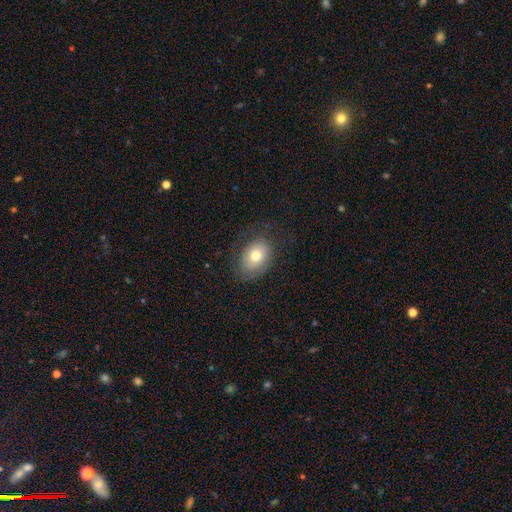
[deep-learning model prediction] Smooth or featured? smooth (70%)
How rounded? in between (75%)
Merging? none (71%)